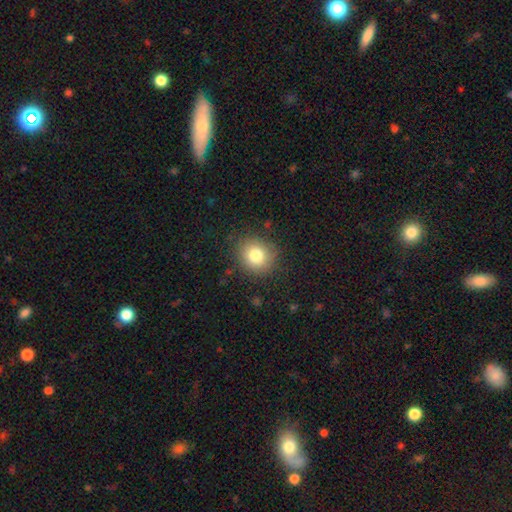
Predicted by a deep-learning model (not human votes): Smooth or featured? smooth (80%)
How rounded? round (80%)
Merging? none (85%)